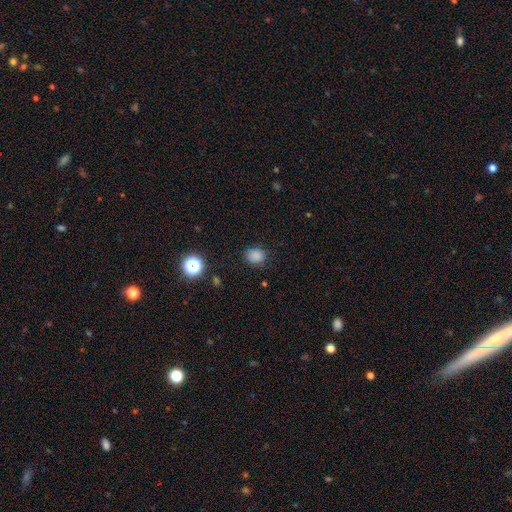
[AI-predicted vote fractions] Smooth or featured? Predicted: smooth (p=0.82). How rounded? Predicted: round (p=0.55). Merging? Predicted: none (p=0.80).